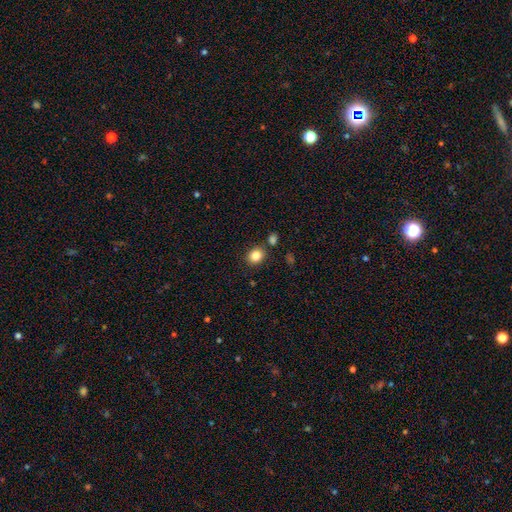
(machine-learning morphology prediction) Smooth or featured?
  - smooth: 84% *
  - star or artifact: 10%
  - featured or disk: 5%
How rounded?
  - round: 67% *
  - in between: 32%
  - cigar-shaped: 1%
Merging?
  - none: 83% *
  - minor disturbance: 9%
  - merger: 6%
  - major disturbance: 3%